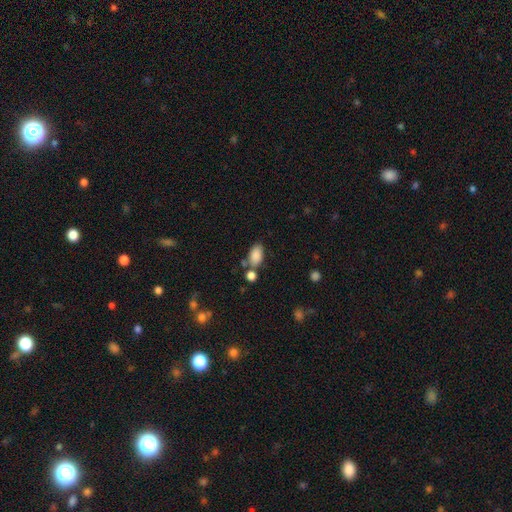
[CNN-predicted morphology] Q: Smooth or featured?
A: smooth (86%); runner-up: star or artifact (8%)
Q: How rounded?
A: in between (92%); runner-up: round (6%)
Q: Merging?
A: none (58%); runner-up: merger (20%)